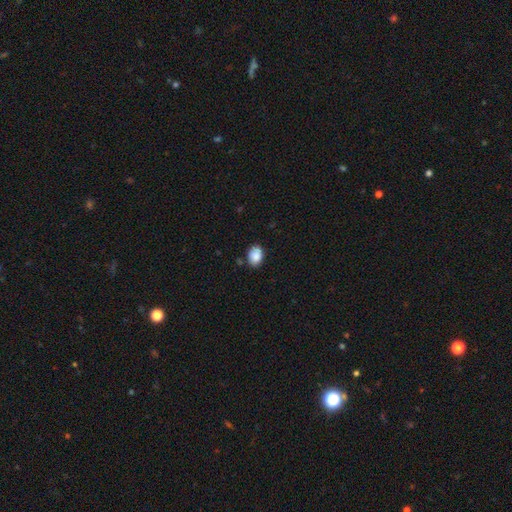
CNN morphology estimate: The model was most divided on "how rounded": in between: 77%, round: 22%, cigar-shaped: 1%. More confident: smooth or featured — smooth (88%); merging — none (77%).